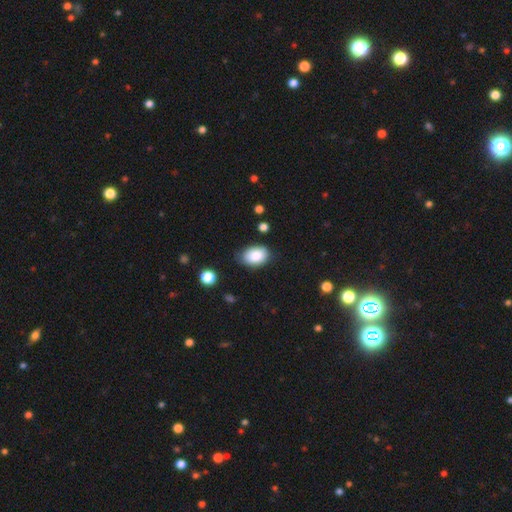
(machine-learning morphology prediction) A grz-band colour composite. It shows a smooth galaxy with no disk features (87%) that is in between round and cigar-shaped (85%). Merging: none (73%).